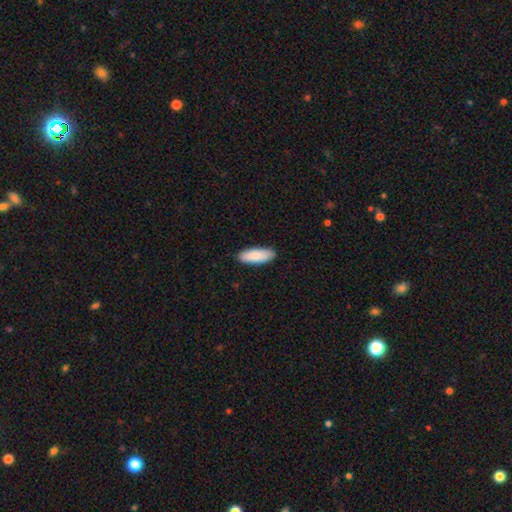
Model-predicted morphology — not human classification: The model was most divided on "how rounded": in between: 70%, cigar-shaped: 28%, round: 2%. More confident: merging — none (89%); smooth or featured — smooth (88%).